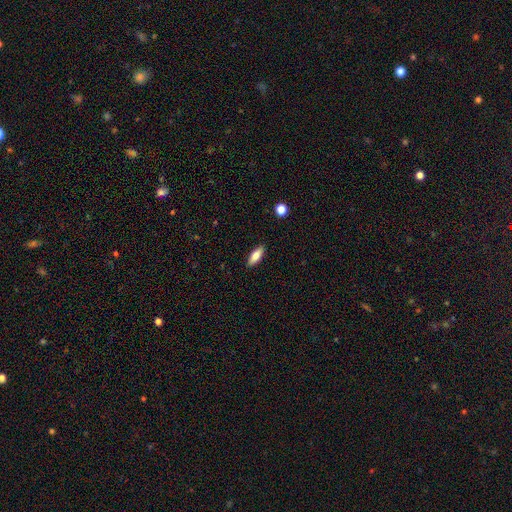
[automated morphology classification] Smooth or featured? smooth (75%)
How rounded? in between (67%)
Merging? none (89%)